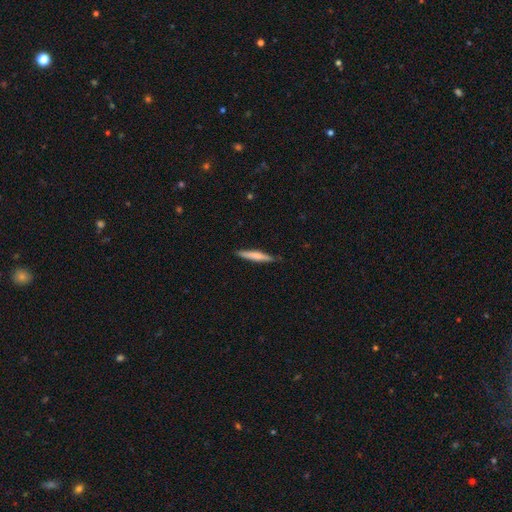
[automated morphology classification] Smooth or featured?
  - smooth: 64% *
  - featured or disk: 31%
  - star or artifact: 6%
How rounded?
  - cigar-shaped: 92% *
  - in between: 6%
  - round: 1%
Merging?
  - none: 86% *
  - minor disturbance: 11%
  - major disturbance: 2%
  - merger: 1%